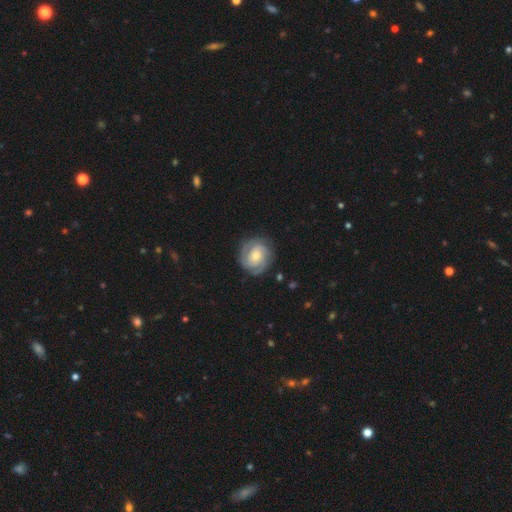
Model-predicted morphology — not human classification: Smooth or featured? Predicted: featured or disk (p=0.81). Edge-on disk? Predicted: no (p=0.98). Bar? Predicted: no (p=0.67). Spiral arms? Predicted: yes (p=0.96). Spiral winding? Predicted: tight (p=0.70). Spiral arm count? Predicted: 2 (p=0.36). Bulge size? Predicted: small (p=0.46). Merging? Predicted: none (p=0.81).